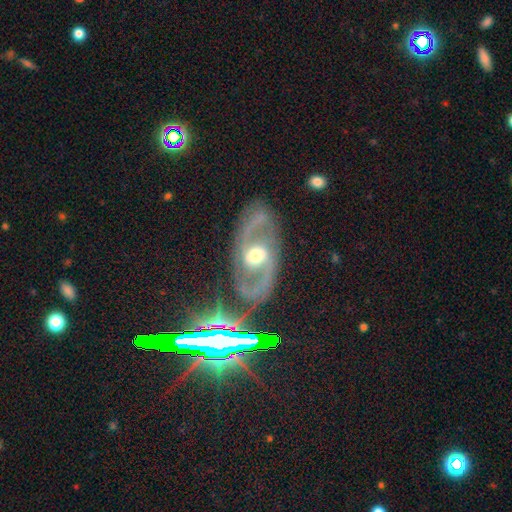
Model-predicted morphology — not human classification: Smooth or featured: featured or disk — 86% (smooth — 7%)
Edge-on disk: no — 95% (yes — 5%)
Bar: weak — 39% (no — 37%)
Spiral arms: yes — 92% (no — 8%)
Spiral winding: medium — 55% (tight — 23%)
Spiral arm count: 2 — 90% (can't tell — 4%)
Bulge size: moderate — 69% (small — 20%)
Merging: none — 76% (minor disturbance — 13%)